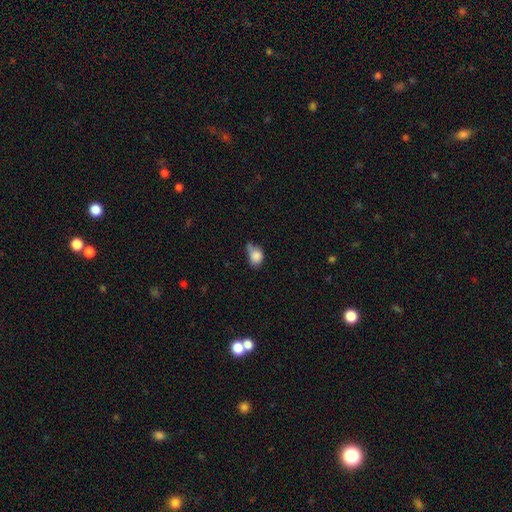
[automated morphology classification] smooth 83%, star or artifact 9%, featured or disk 8%. Down the decision tree: how rounded — in between (52%); merging — minor disturbance (39%).